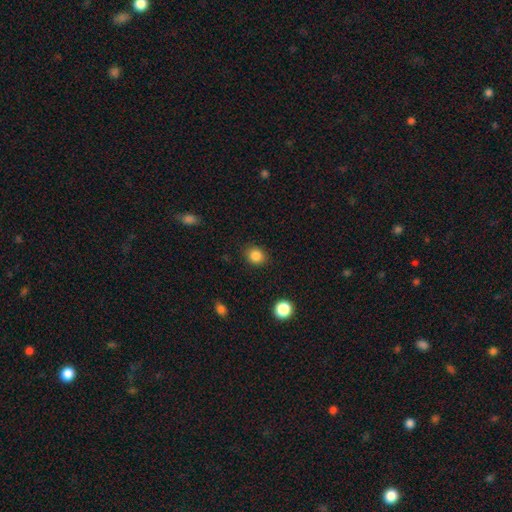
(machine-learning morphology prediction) Smooth or featured?
  - smooth: 85% *
  - star or artifact: 11%
  - featured or disk: 4%
How rounded?
  - round: 67% *
  - in between: 32%
  - cigar-shaped: 1%
Merging?
  - none: 87% *
  - minor disturbance: 9%
  - major disturbance: 3%
  - merger: 1%